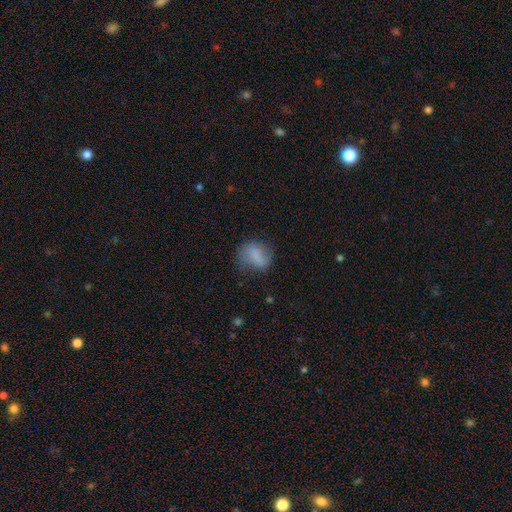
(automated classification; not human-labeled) smooth-or-featured: smooth: 67% | featured or disk: 24% | star or artifact: 9%
  how-rounded: in between: 53% | round: 44% | cigar-shaped: 3%
  merging: none: 59% | minor disturbance: 26% | major disturbance: 13% | merger: 2%